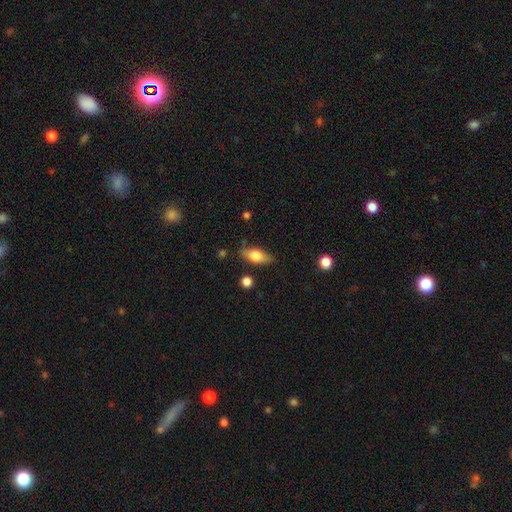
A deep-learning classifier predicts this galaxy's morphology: Q: Smooth or featured?
A: smooth (63%); runner-up: featured or disk (30%)
Q: How rounded?
A: in between (75%); runner-up: cigar-shaped (20%)
Q: Merging?
A: none (81%); runner-up: minor disturbance (14%)